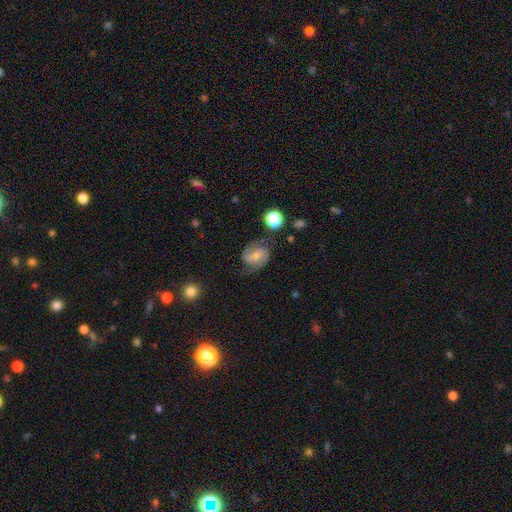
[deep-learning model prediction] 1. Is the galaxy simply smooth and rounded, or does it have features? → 77% featured or disk, 16% smooth, 7% star or artifact.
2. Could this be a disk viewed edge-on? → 98% no, 2% yes.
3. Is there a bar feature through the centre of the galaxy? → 45% no, 42% weak, 12% strong.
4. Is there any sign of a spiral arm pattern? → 96% yes, 4% no.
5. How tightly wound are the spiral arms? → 53% medium, 25% tight, 22% loose.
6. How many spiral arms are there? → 90% 2, 4% can't tell, 2% 1, 1% 3, 1% 4, 1% more than 4.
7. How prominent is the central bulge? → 47% small, 40% moderate, 8% none, 4% large, 1% dominant.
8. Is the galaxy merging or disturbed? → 71% none, 18% minor disturbance, 8% major disturbance, 2% merger.